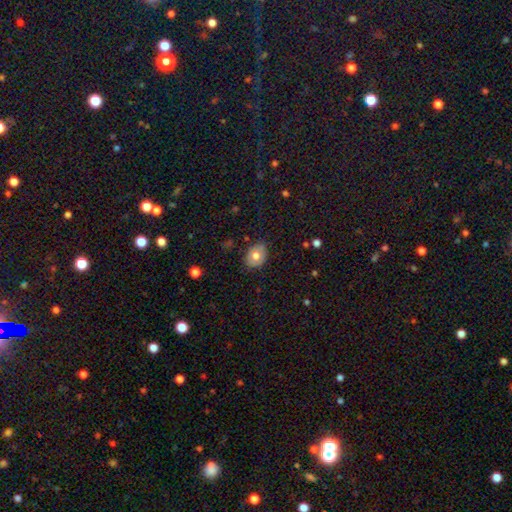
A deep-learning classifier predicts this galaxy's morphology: The model was most divided on "how rounded": in between: 61%, round: 38%, cigar-shaped: 1%. More confident: merging — none (80%); smooth or featured — smooth (69%).